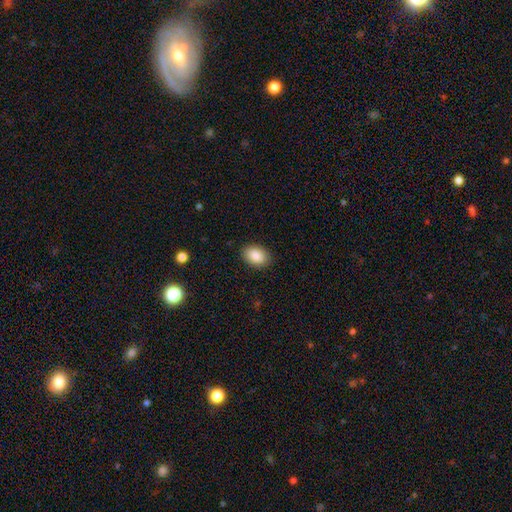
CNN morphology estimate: This is clearly a smooth galaxy (87%). How rounded: clearly in between (82%). Merging: clearly none (89%).